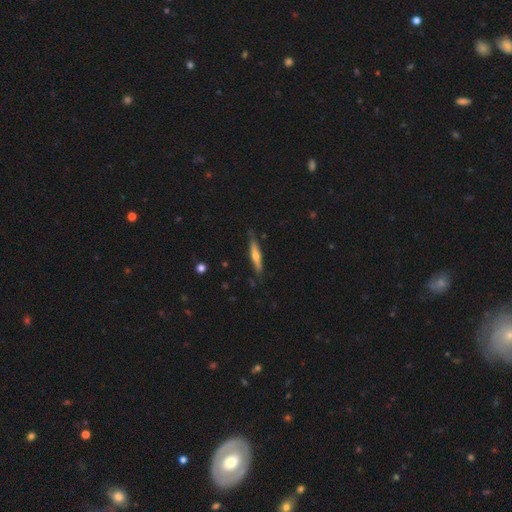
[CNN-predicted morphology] This appears to be a featured or disk galaxy (55%) viewed edge-on (94%) with a rounded central bulge (85%). Merging: none (82%).